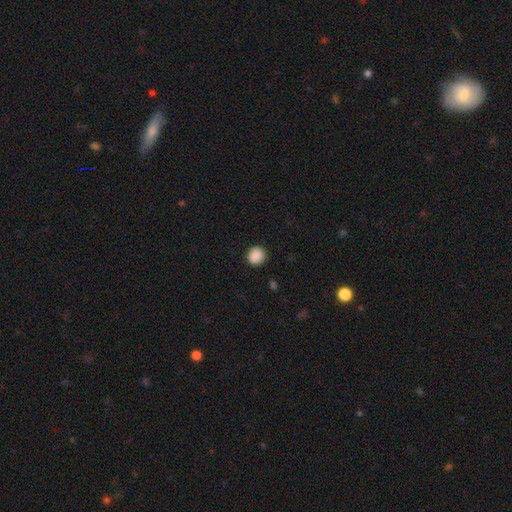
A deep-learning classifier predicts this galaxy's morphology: The model was most divided on "how rounded": round: 85%, in between: 14%, cigar-shaped: 1%. More confident: merging — none (88%); smooth or featured — smooth (88%).